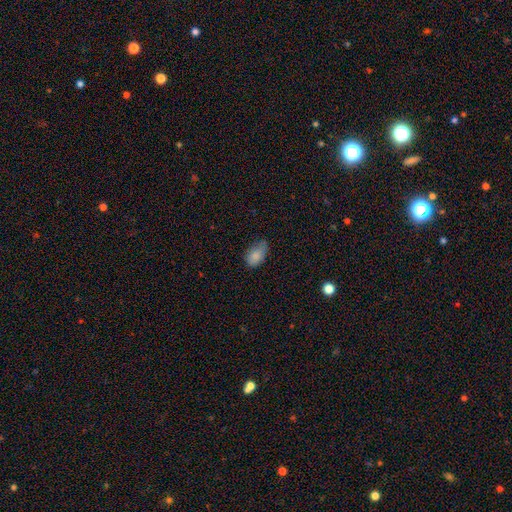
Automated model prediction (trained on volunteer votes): Q: Smooth or featured?
A: smooth (84%); runner-up: featured or disk (9%)
Q: How rounded?
A: in between (90%); runner-up: round (9%)
Q: Merging?
A: none (53%); runner-up: minor disturbance (37%)